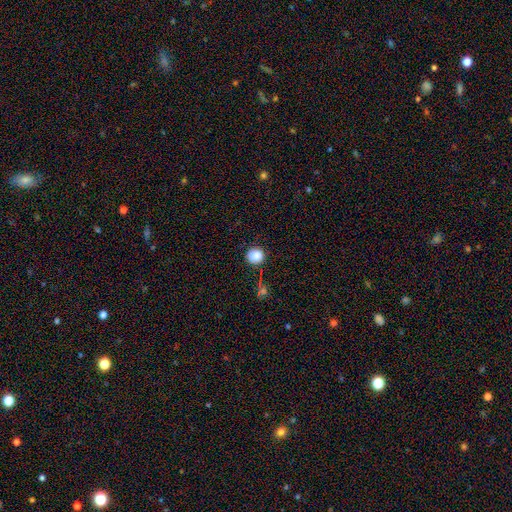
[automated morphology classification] smooth-or-featured: smooth: 84% | star or artifact: 12% | featured or disk: 4%
  how-rounded: round: 92% | in between: 7% | cigar-shaped: 1%
  merging: none: 85% | minor disturbance: 10% | major disturbance: 3% | merger: 2%